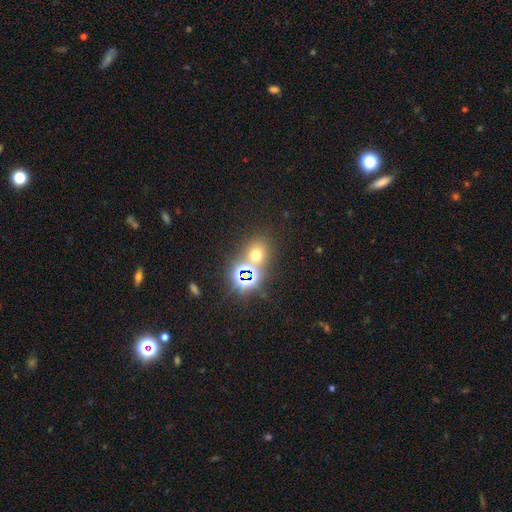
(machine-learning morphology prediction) type=smooth (51%); roundness=round (66%); merging=none (67%).